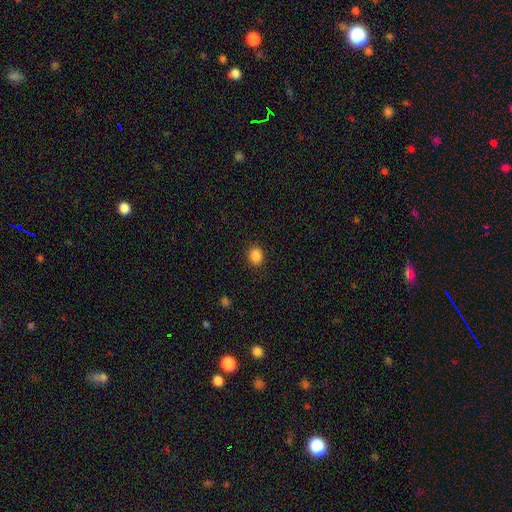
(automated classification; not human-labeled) This appears to be a smooth galaxy with no disk features (87%) that is round (56%). Merging: none (89%).